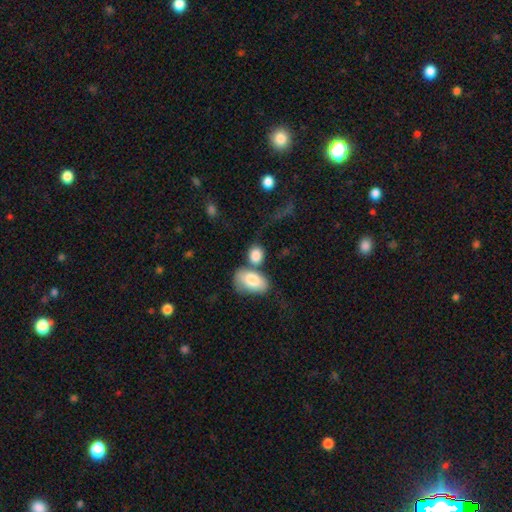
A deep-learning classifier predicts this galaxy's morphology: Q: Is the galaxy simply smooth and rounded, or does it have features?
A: smooth — 83%.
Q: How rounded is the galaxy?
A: in between — 70%.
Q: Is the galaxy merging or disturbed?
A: merger — 40%.